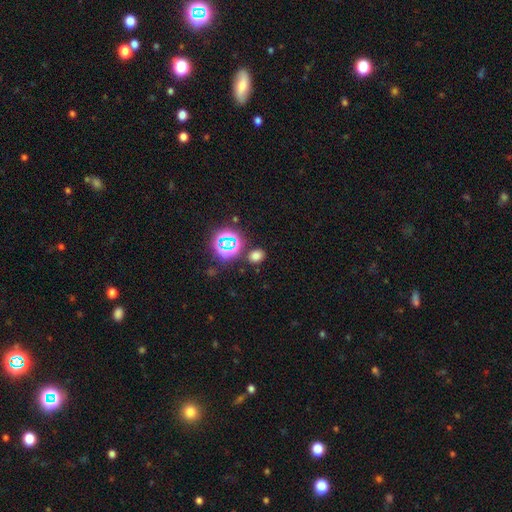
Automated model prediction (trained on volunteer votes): Smooth or featured: smooth — 67% (star or artifact — 27%)
How rounded: round — 51% (in between — 48%)
Merging: none — 84% (minor disturbance — 9%)